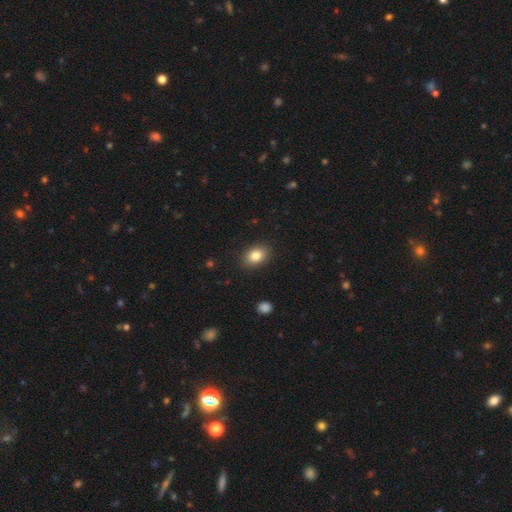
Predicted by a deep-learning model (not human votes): This is clearly a smooth galaxy (83%). How rounded: likely in between (74%). Merging: clearly none (88%).